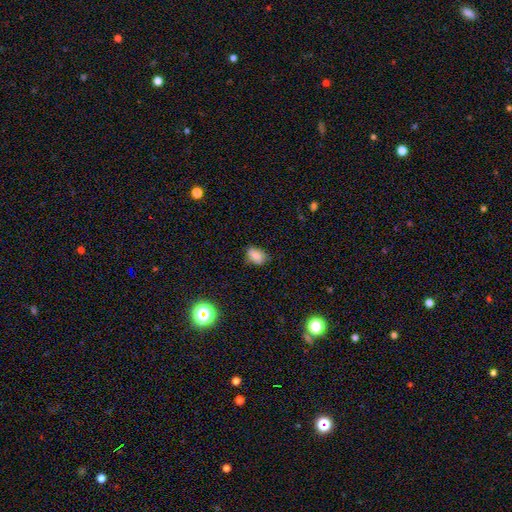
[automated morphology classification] A smooth galaxy with no disk features (78%) that is in between round and cigar-shaped (79%). Merging: none (65%).